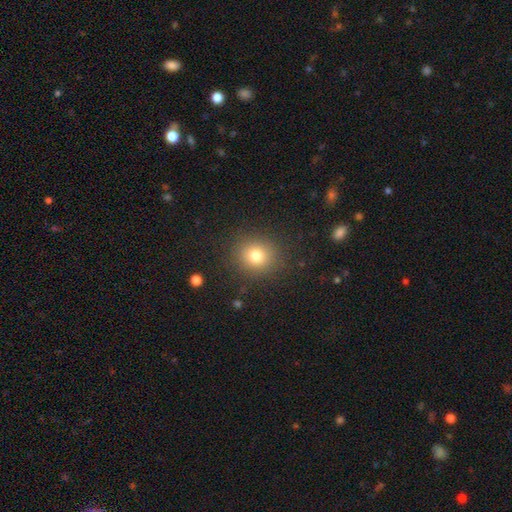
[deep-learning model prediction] The model was most divided on "smooth or featured": smooth: 78%, star or artifact: 14%, featured or disk: 8%. More confident: merging — none (88%); how rounded — round (84%).